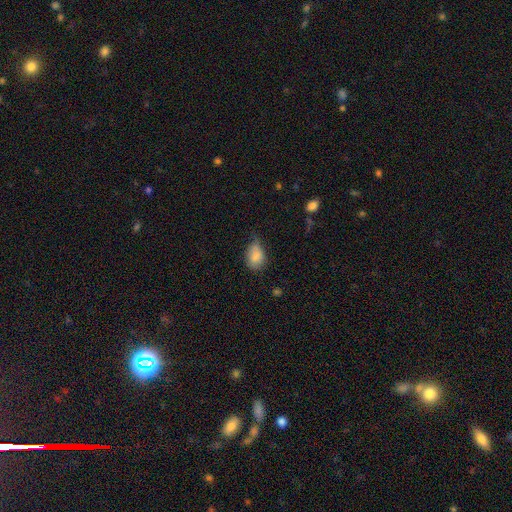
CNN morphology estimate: Smooth or featured?
  - smooth: 81% *
  - featured or disk: 10%
  - star or artifact: 9%
How rounded?
  - in between: 76% *
  - round: 22%
  - cigar-shaped: 2%
Merging?
  - minor disturbance: 45% *
  - none: 39%
  - major disturbance: 14%
  - merger: 2%